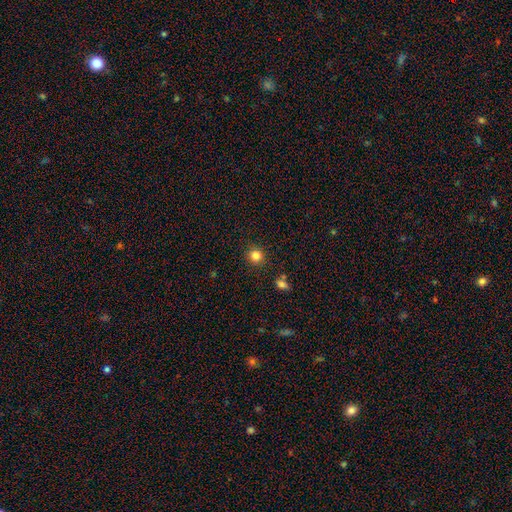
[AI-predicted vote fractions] A smooth galaxy with no disk features (83%) that is round (92%).

Vote fractions:
- Smooth or featured? smooth: 83% / star or artifact: 12% / featured or disk: 5%
- How rounded? round: 92% / in between: 7% / cigar-shaped: 1%
- Merging? none: 88% / minor disturbance: 7% / merger: 3% / major disturbance: 2%